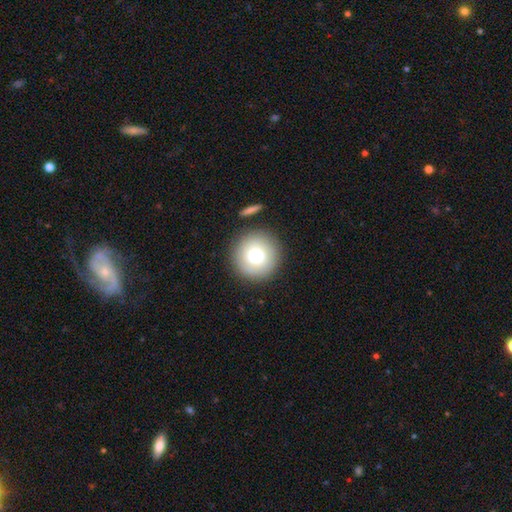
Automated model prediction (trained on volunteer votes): This is likely a smooth galaxy (78%). How rounded: clearly round (96%). Merging: clearly none (86%).